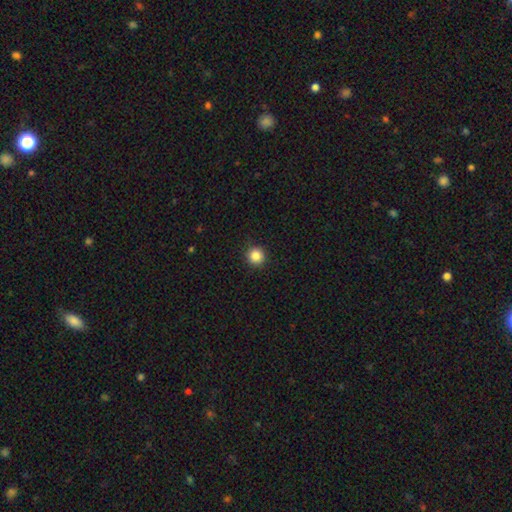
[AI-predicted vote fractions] This appears to be a smooth galaxy with no disk features (86%) that is round (95%). Merging: none (92%).